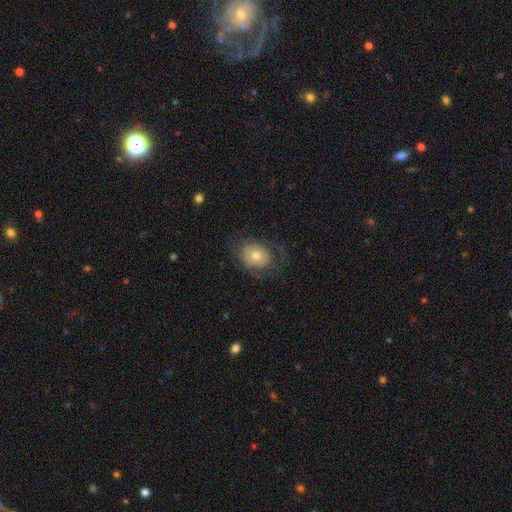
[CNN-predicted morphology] Q: Smooth or featured?
A: smooth (58%); runner-up: featured or disk (34%)
Q: How rounded?
A: round (50%); runner-up: in between (49%)
Q: Merging?
A: none (60%); runner-up: minor disturbance (20%)